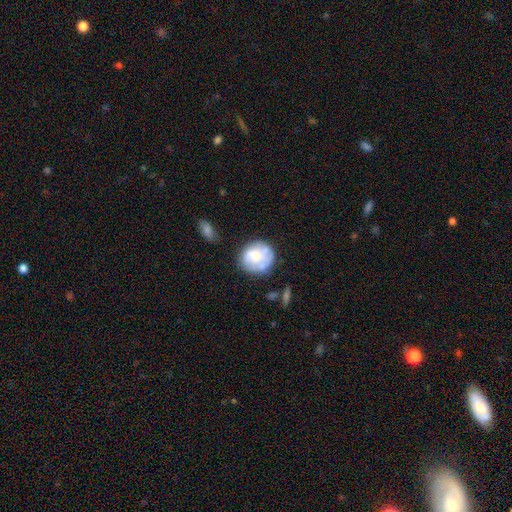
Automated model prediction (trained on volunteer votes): This appears to be a smooth galaxy with no disk features (54%) that is round (82%). Merging: none (61%).